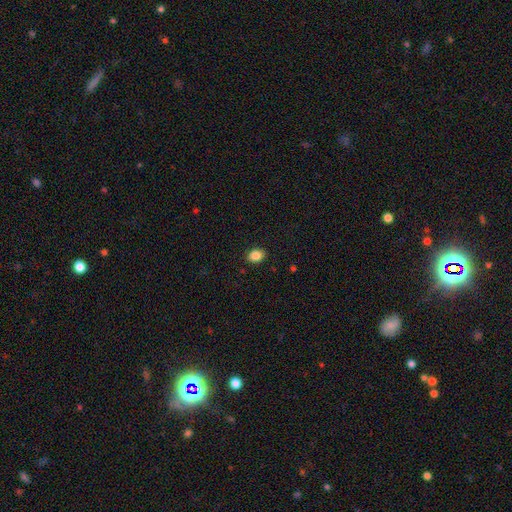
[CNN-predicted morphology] Overall: smooth (87%). How rounded: in between (65%; round 34%). Merging: none (90%).